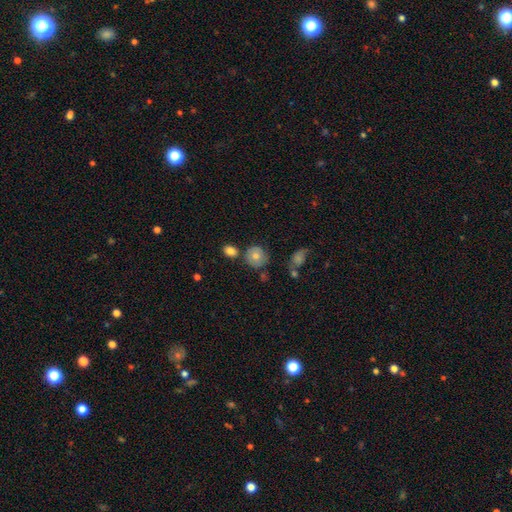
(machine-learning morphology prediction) Smooth or featured?
  - smooth: 73% *
  - featured or disk: 18%
  - star or artifact: 9%
How rounded?
  - round: 84% *
  - in between: 15%
  - cigar-shaped: 1%
Merging?
  - none: 67% *
  - minor disturbance: 17%
  - merger: 10%
  - major disturbance: 5%